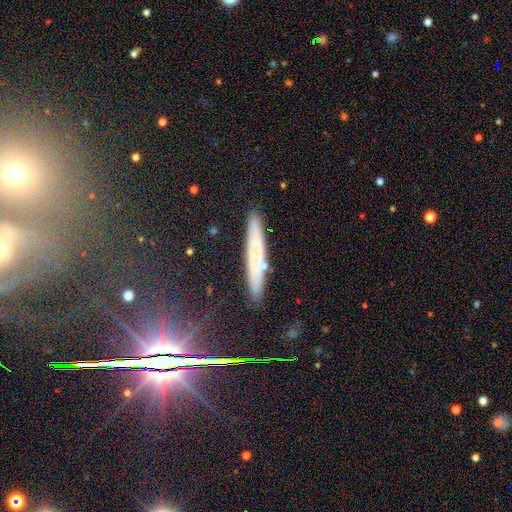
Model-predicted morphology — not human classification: smooth-or-featured: featured or disk: 44% | smooth: 43% | star or artifact: 14%
  merging: none: 86% | minor disturbance: 10% | merger: 2% | major disturbance: 2%